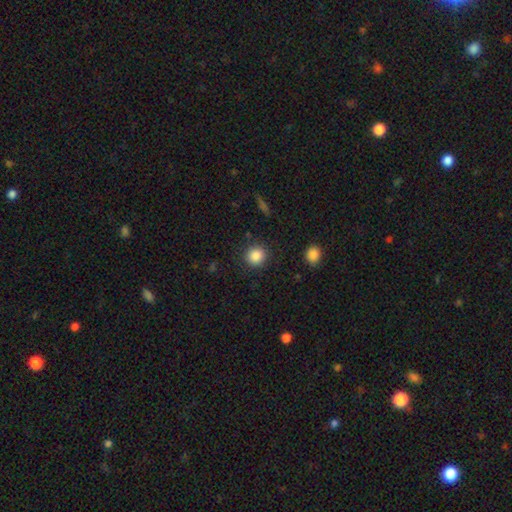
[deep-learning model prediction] This appears to be a smooth galaxy with no disk features (87%) that is round (89%). Merging: none (88%).